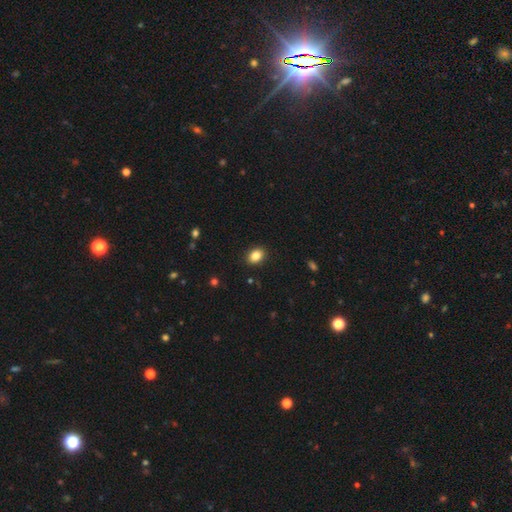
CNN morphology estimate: Q: Smooth or featured?
A: smooth (86%); runner-up: star or artifact (9%)
Q: How rounded?
A: in between (74%); runner-up: round (24%)
Q: Merging?
A: none (89%); runner-up: minor disturbance (8%)